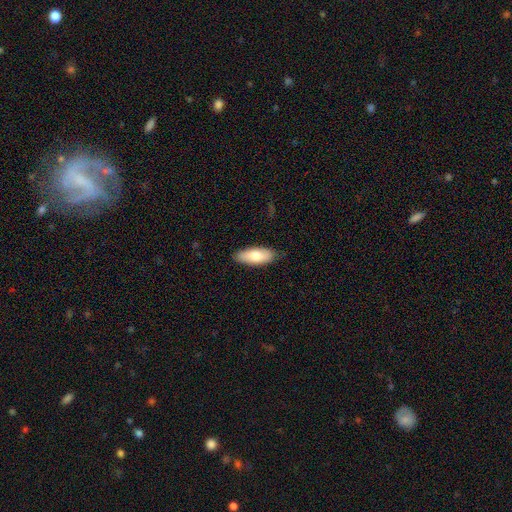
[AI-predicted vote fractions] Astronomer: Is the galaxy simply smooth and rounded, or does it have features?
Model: smooth — 77%.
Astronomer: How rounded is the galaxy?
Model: in between — 75%.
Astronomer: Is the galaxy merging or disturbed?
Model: none — 85%.